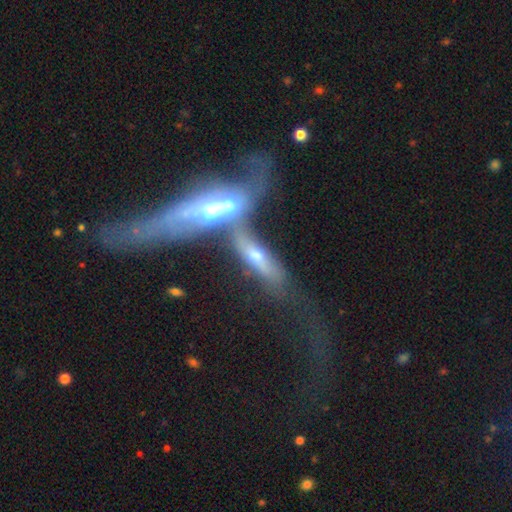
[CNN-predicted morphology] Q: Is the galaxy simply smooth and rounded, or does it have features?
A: featured or disk — 57%.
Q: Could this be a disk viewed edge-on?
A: yes — 53%.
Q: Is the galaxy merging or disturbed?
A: merger — 73%.